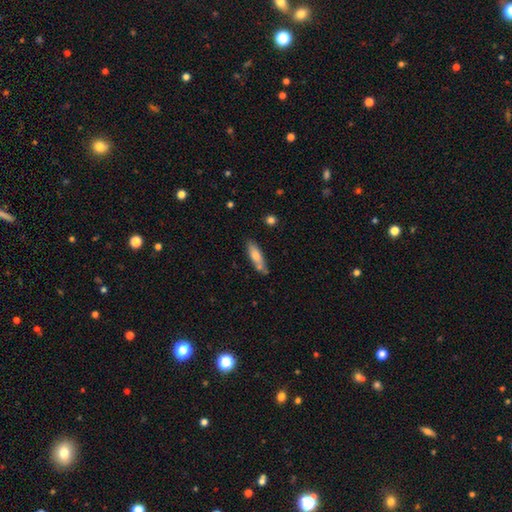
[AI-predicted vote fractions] A smooth galaxy with no disk features (68%) that is cigar-shaped (58%). Merging: none (67%).